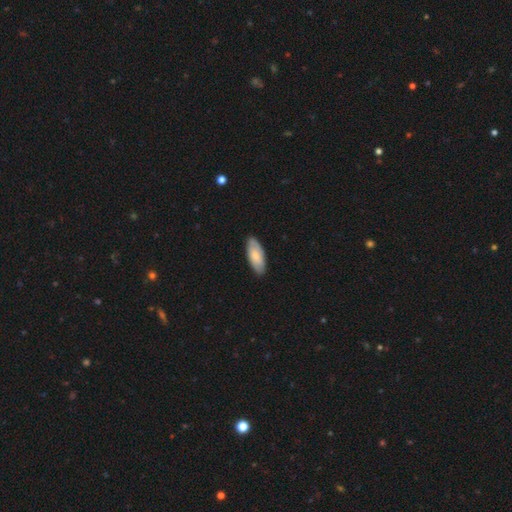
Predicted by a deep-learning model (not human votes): Morphology: type=smooth (73%); roundness=in between (83%); merging=none (86%).